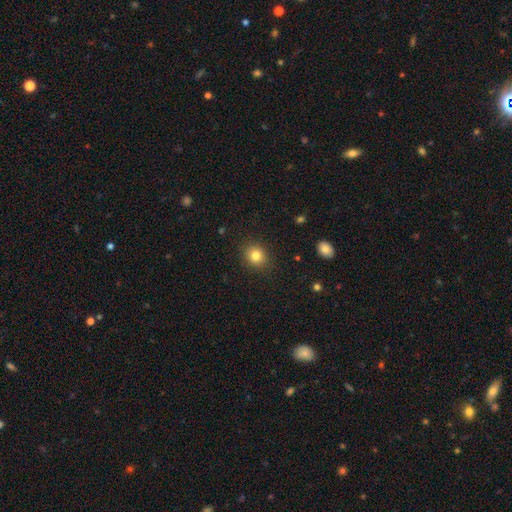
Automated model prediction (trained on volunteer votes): Overall: smooth (82%). How rounded: round (76%). Merging: none (89%).